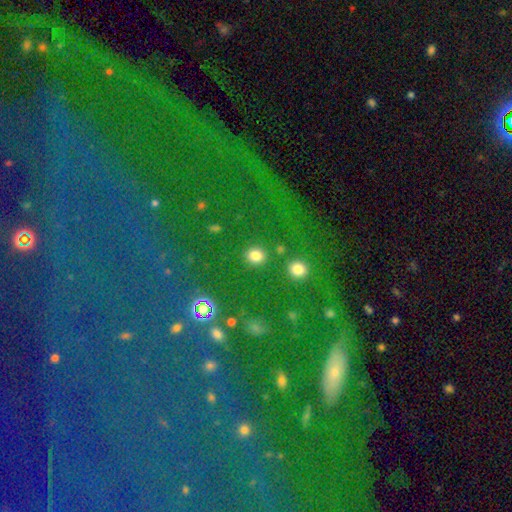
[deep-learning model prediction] A smooth galaxy with no disk features (79%) that is round (73%). Merging: none (83%).